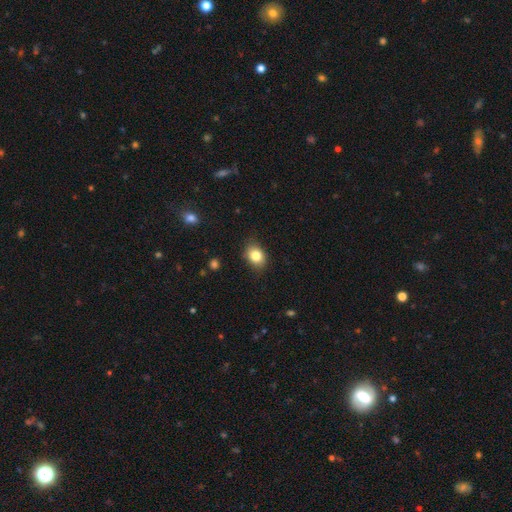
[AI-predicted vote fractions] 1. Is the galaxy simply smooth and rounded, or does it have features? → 83% smooth, 10% star or artifact, 8% featured or disk.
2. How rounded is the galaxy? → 61% in between, 38% round, 1% cigar-shaped.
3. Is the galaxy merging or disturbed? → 82% none, 14% minor disturbance, 3% major disturbance, 1% merger.